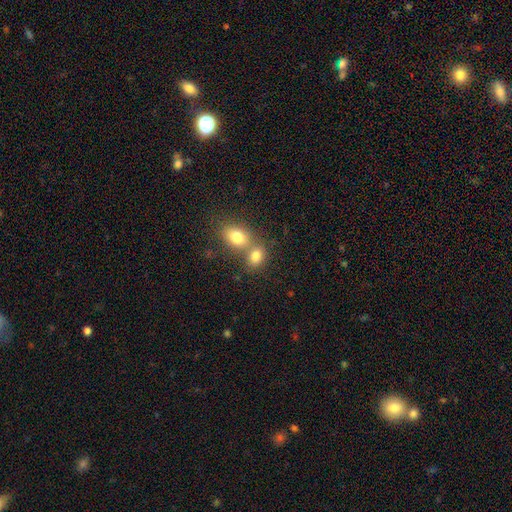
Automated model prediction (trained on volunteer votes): Morphology: type=smooth (79%); roundness=in between (64%); merging=merger (50%).